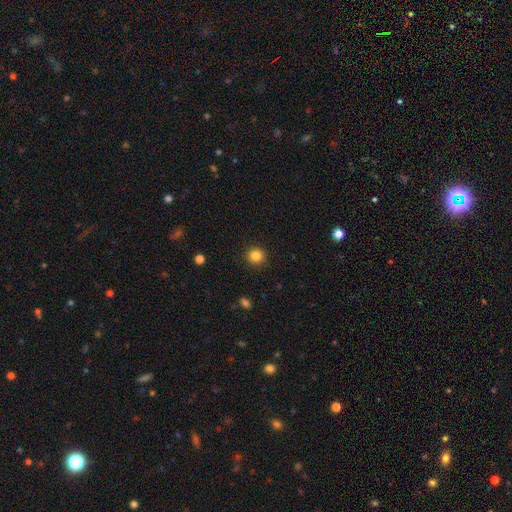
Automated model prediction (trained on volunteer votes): Q: Smooth or featured?
A: smooth (84%); runner-up: star or artifact (11%)
Q: How rounded?
A: round (90%); runner-up: in between (9%)
Q: Merging?
A: none (92%); runner-up: minor disturbance (5%)